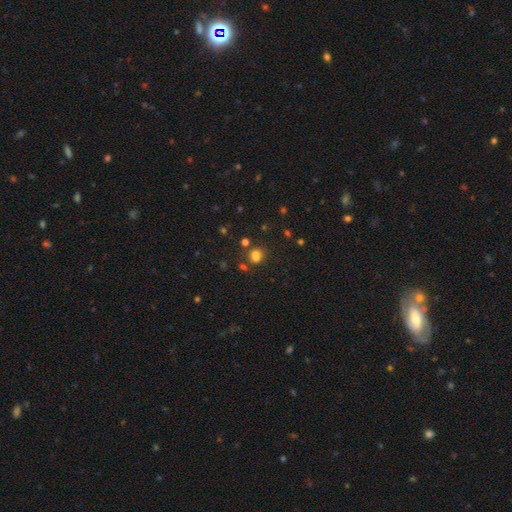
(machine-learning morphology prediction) Overall: smooth (70%). How rounded: round (61%; in between 38%). Merging: none (61%).